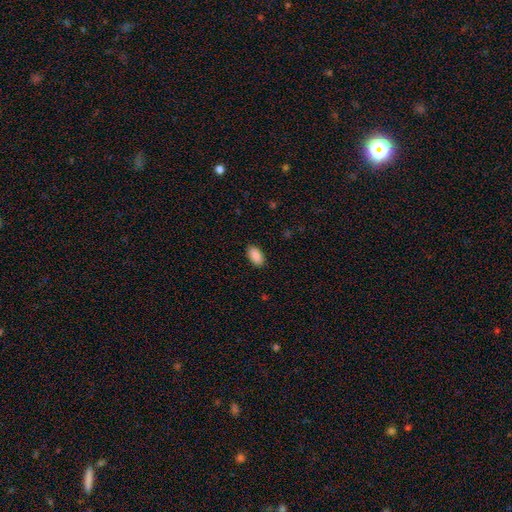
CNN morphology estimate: Smooth or featured: smooth — 90% (star or artifact — 7%)
How rounded: in between — 95% (round — 3%)
Merging: none — 88% (minor disturbance — 9%)